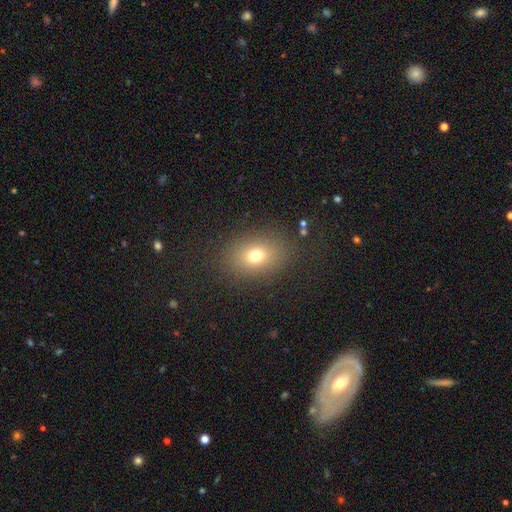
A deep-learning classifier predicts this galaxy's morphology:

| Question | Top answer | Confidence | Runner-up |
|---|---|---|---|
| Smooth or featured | smooth | 73% | star or artifact (15%) |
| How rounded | in between | 63% | round (36%) |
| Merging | none | 84% | minor disturbance (9%) |